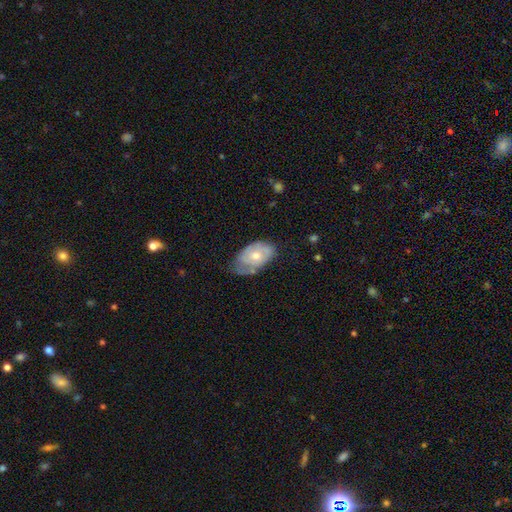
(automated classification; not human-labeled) This appears to be a smooth galaxy with no disk features (49%). Merging: none (42%).